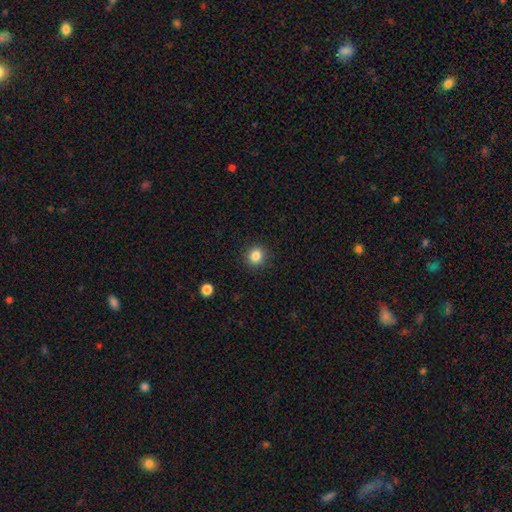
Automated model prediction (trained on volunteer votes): Smooth or featured?
  - smooth: 85% *
  - star or artifact: 10%
  - featured or disk: 4%
How rounded?
  - round: 86% *
  - in between: 13%
  - cigar-shaped: 1%
Merging?
  - none: 91% *
  - minor disturbance: 6%
  - major disturbance: 2%
  - merger: 1%